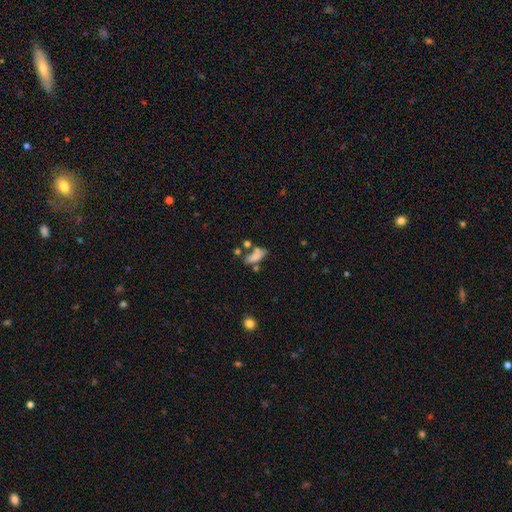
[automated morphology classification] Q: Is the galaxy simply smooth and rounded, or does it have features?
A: smooth — 72%.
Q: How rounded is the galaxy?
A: in between — 74%.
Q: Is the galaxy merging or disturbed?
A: none — 44%.